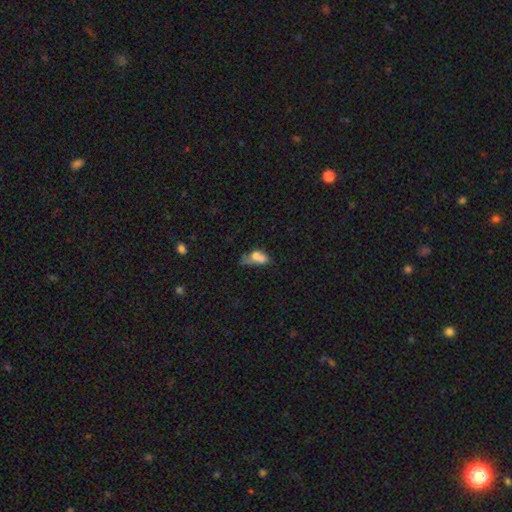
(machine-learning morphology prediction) Q: Smooth or featured?
A: smooth (66%); runner-up: featured or disk (22%)
Q: How rounded?
A: in between (80%); runner-up: round (12%)
Q: Merging?
A: merger (30%); runner-up: major disturbance (27%)